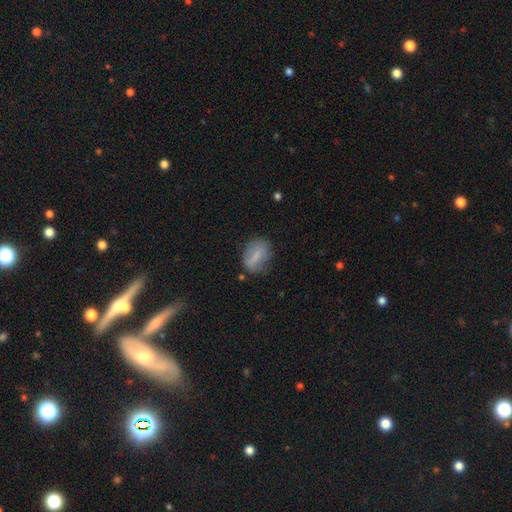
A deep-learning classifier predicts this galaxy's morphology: A smooth galaxy with no disk features (64%) that is in between round and cigar-shaped (70%).

Vote fractions:
- Smooth or featured? smooth: 64% / featured or disk: 27% / star or artifact: 9%
- How rounded? in between: 70% / round: 26% / cigar-shaped: 4%
- Merging? none: 64% / minor disturbance: 24% / major disturbance: 10% / merger: 2%